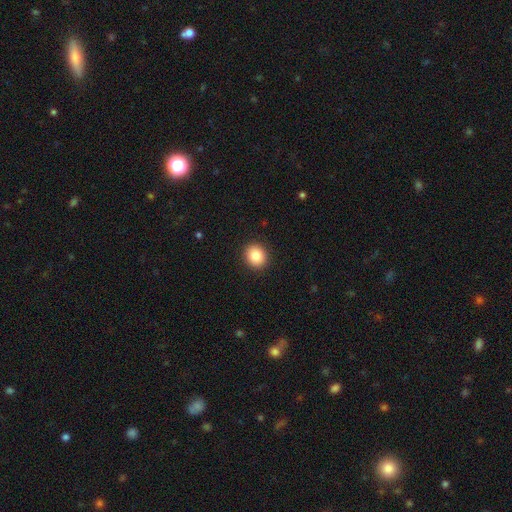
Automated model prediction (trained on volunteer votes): smooth-or-featured: smooth: 86% | star or artifact: 9% | featured or disk: 5%
  how-rounded: round: 78% | in between: 21% | cigar-shaped: 1%
  merging: none: 91% | minor disturbance: 6% | major disturbance: 2% | merger: 1%